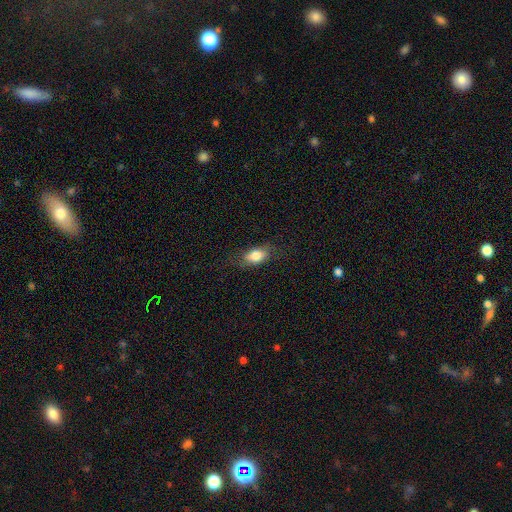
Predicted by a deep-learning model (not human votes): Smooth or featured?
  - smooth: 78% *
  - featured or disk: 14%
  - star or artifact: 8%
How rounded?
  - in between: 84% *
  - round: 8%
  - cigar-shaped: 8%
Merging?
  - none: 73% *
  - minor disturbance: 18%
  - major disturbance: 7%
  - merger: 1%